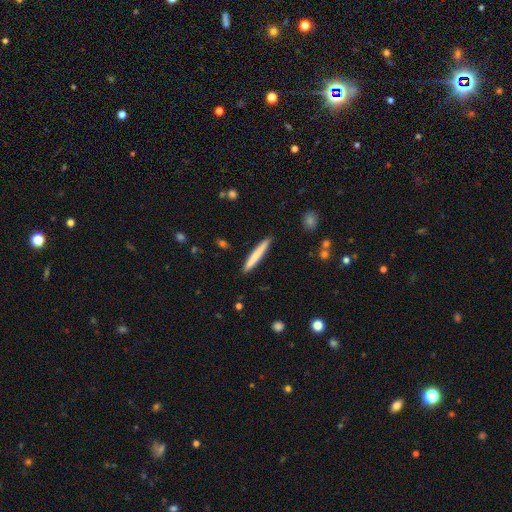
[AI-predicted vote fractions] Smooth or featured?
  - smooth: 71% *
  - featured or disk: 23%
  - star or artifact: 6%
How rounded?
  - cigar-shaped: 96% *
  - in between: 3%
  - round: 1%
Merging?
  - none: 90% *
  - minor disturbance: 7%
  - major disturbance: 1%
  - merger: 1%